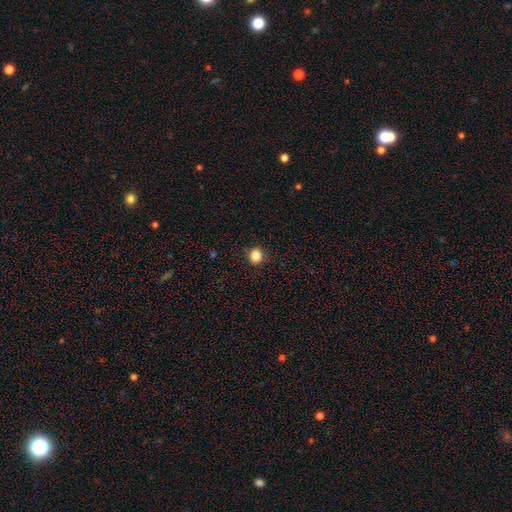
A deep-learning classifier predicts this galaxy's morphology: A smooth galaxy with no disk features (87%) that is round (82%).

Vote fractions:
- Smooth or featured? smooth: 87% / star or artifact: 11% / featured or disk: 3%
- How rounded? round: 82% / in between: 17% / cigar-shaped: 1%
- Merging? none: 90% / minor disturbance: 7% / major disturbance: 2% / merger: 1%